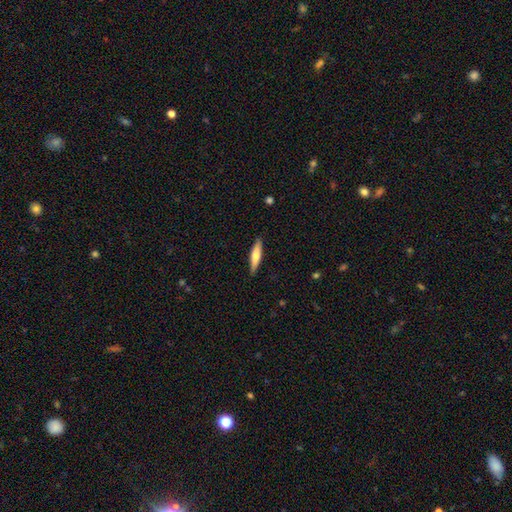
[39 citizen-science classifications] smooth-or-featured: smooth: 62% | featured or disk: 28% | star or artifact: 10%
  how-rounded: cigar-shaped: 88% | in between: 8% | round: 4%
  merging: none: 100% | minor disturbance: 0% | major disturbance: 0% | merger: 0%